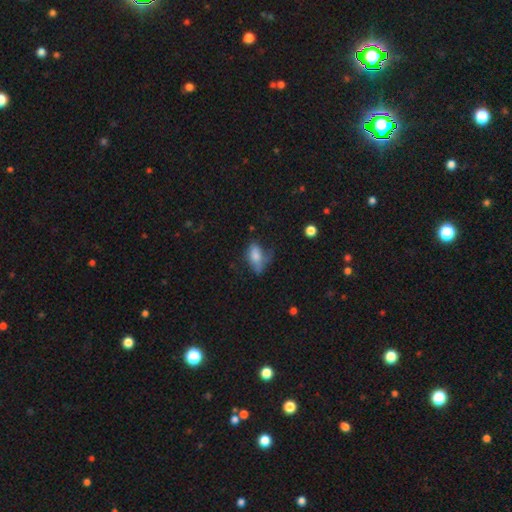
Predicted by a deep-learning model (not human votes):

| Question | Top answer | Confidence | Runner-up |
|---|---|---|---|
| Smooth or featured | smooth | 68% | featured or disk (22%) |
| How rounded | in between | 86% | cigar-shaped (8%) |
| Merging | none | 33% | major disturbance (31%) |